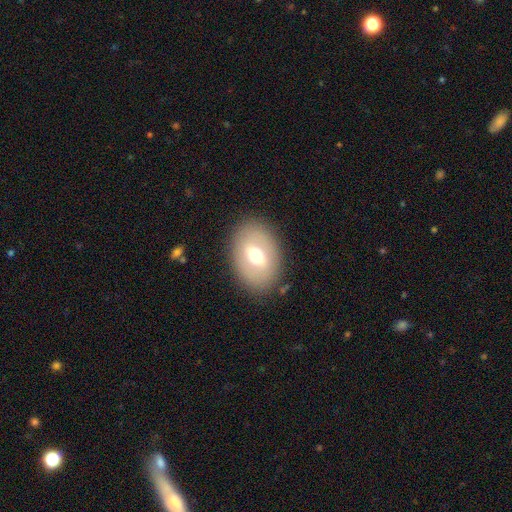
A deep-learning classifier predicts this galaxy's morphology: smooth 58%, featured or disk 33%, star or artifact 9%. Down the decision tree: how rounded — in between (79%); merging — none (85%).